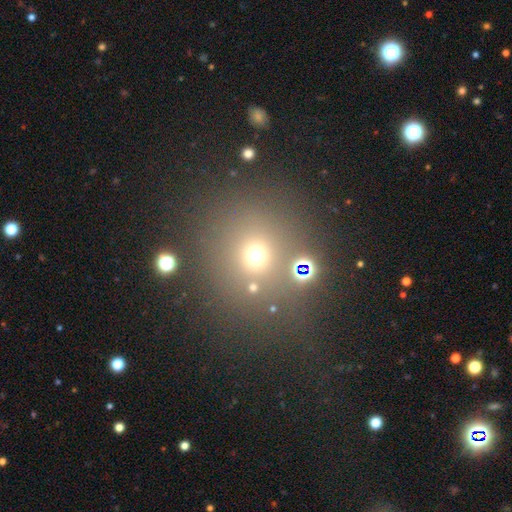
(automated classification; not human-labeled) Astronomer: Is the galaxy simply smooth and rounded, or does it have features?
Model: smooth — 63%.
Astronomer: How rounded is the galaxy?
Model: round — 83%.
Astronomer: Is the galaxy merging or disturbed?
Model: none — 75%.